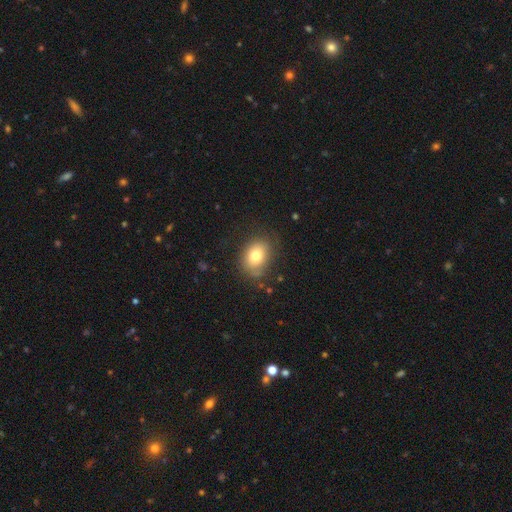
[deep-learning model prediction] Smooth or featured?
  - smooth: 75% *
  - featured or disk: 15%
  - star or artifact: 10%
How rounded?
  - in between: 68% *
  - round: 31%
  - cigar-shaped: 1%
Merging?
  - none: 72% *
  - minor disturbance: 20%
  - major disturbance: 7%
  - merger: 2%